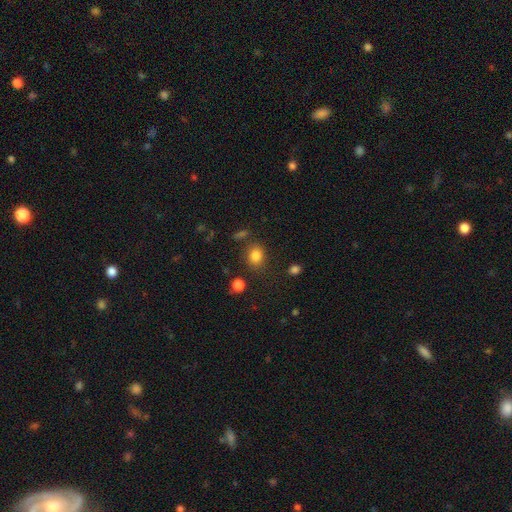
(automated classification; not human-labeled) Smooth or featured?
  - smooth: 83% *
  - star or artifact: 12%
  - featured or disk: 6%
How rounded?
  - round: 57% *
  - in between: 42%
  - cigar-shaped: 1%
Merging?
  - none: 77% *
  - minor disturbance: 13%
  - merger: 5%
  - major disturbance: 5%